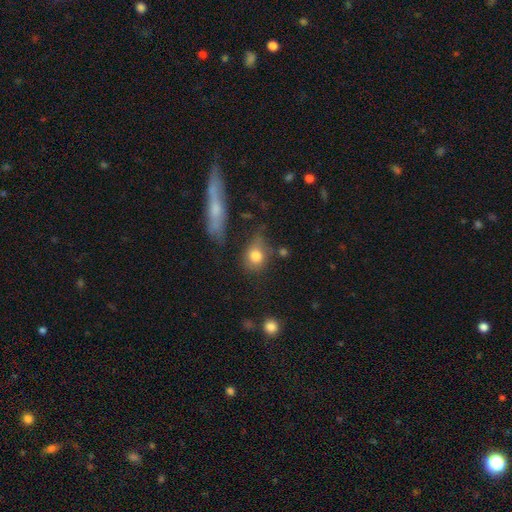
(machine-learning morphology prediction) This is likely a smooth galaxy (78%). How rounded: possibly round (58%). Merging: possibly none (53%).